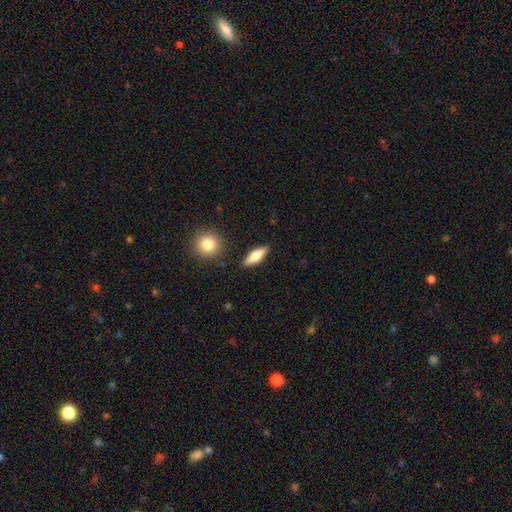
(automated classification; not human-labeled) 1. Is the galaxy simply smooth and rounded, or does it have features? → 65% smooth, 28% featured or disk, 6% star or artifact.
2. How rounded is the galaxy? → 54% in between, 43% cigar-shaped, 4% round.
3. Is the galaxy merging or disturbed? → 86% none, 9% minor disturbance, 3% merger, 2% major disturbance.